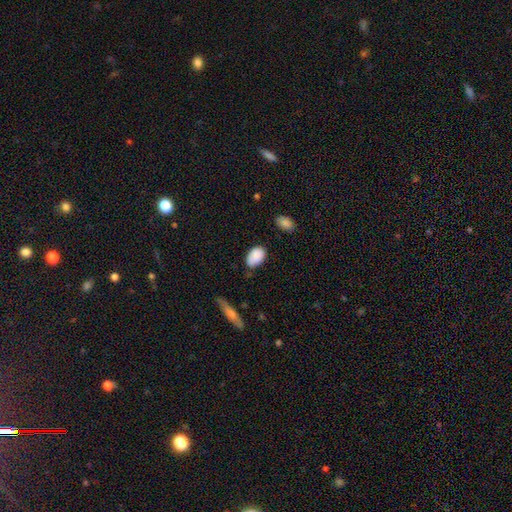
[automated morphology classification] Overall: smooth (87%). How rounded: in between (88%). Merging: none (66%; minor disturbance 26%).